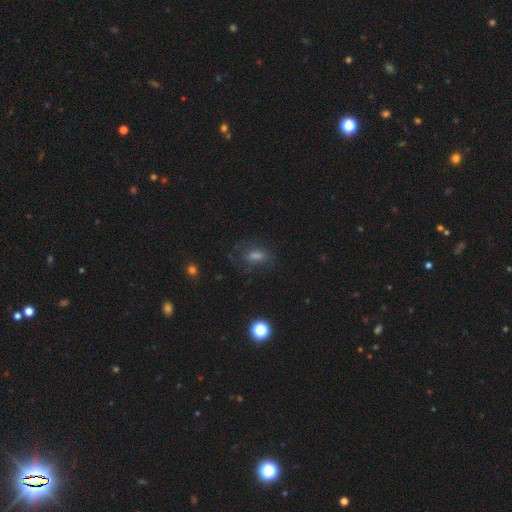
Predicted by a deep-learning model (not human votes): Smooth or featured: smooth — 48% (featured or disk — 29%)
Merging: none — 64% (minor disturbance — 20%)